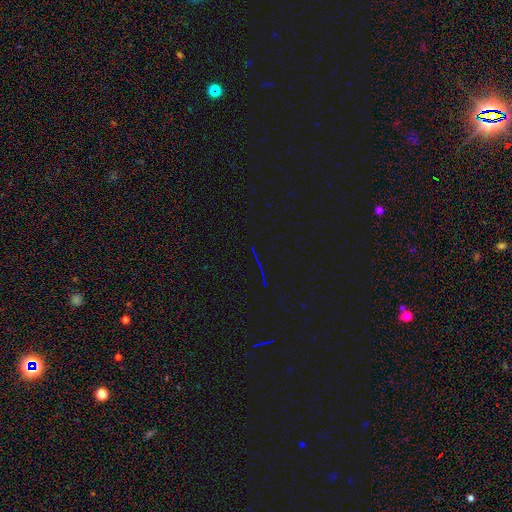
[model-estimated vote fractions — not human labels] Smooth or featured? Predicted: star or artifact (p=0.80).